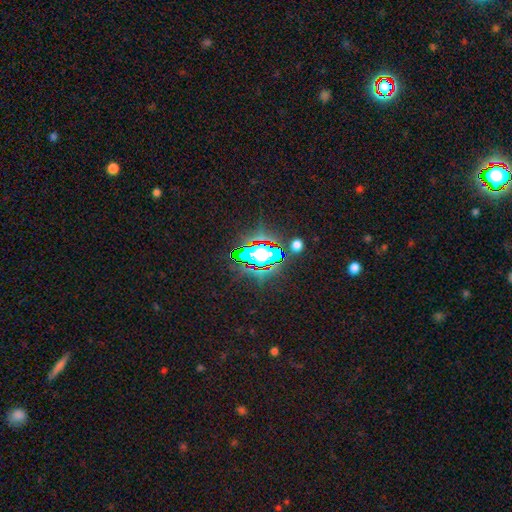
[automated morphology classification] Smooth or featured? Predicted: star or artifact (p=0.64).